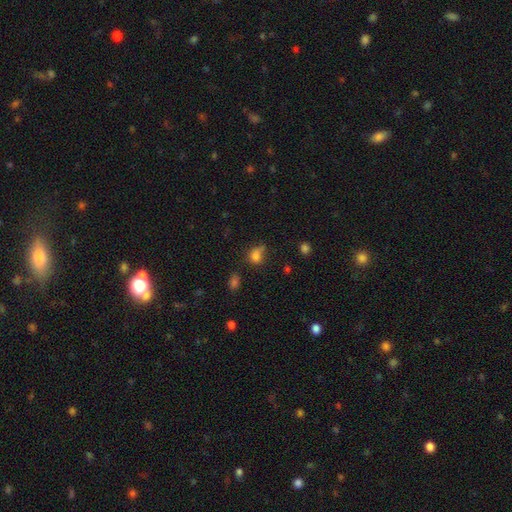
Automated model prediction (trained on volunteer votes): A smooth galaxy with no disk features (76%) that is round (49%). Merging: none (43%).